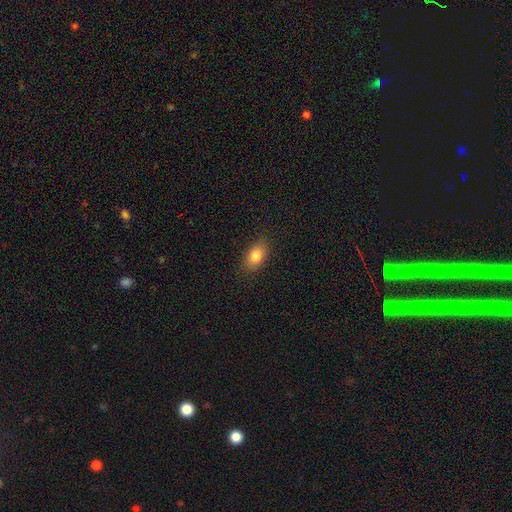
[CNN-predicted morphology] Smooth or featured? Predicted: smooth (p=0.82). How rounded? Predicted: in between (p=0.86). Merging? Predicted: none (p=0.85).